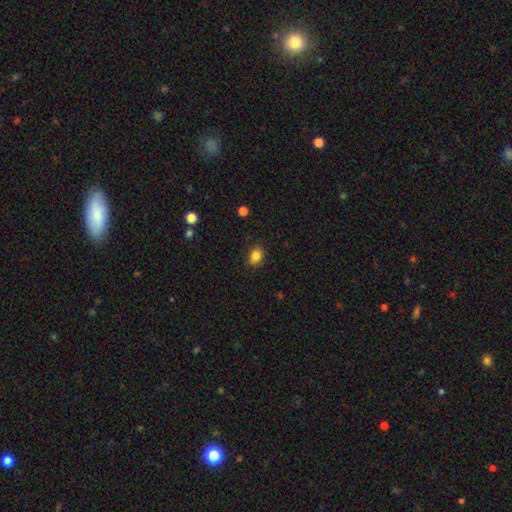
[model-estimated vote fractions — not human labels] A smooth galaxy with no disk features (85%) that is in between round and cigar-shaped (52%). Merging: none (85%).